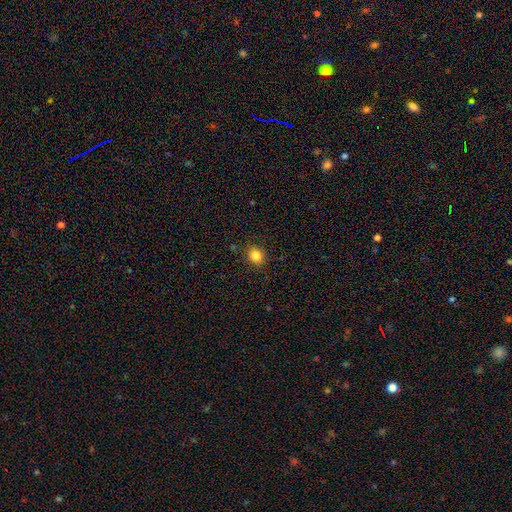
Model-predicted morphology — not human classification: Q: Smooth or featured?
A: smooth (84%); runner-up: star or artifact (11%)
Q: How rounded?
A: round (77%); runner-up: in between (22%)
Q: Merging?
A: none (88%); runner-up: minor disturbance (8%)